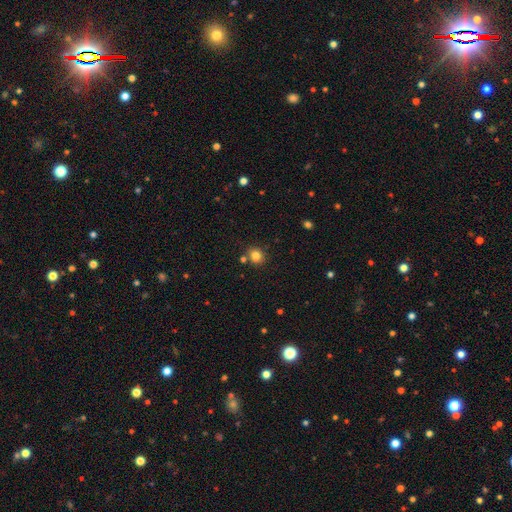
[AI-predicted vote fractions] smooth 82%, star or artifact 13%, featured or disk 6%. Down the decision tree: how rounded — round (78%); merging — none (77%).